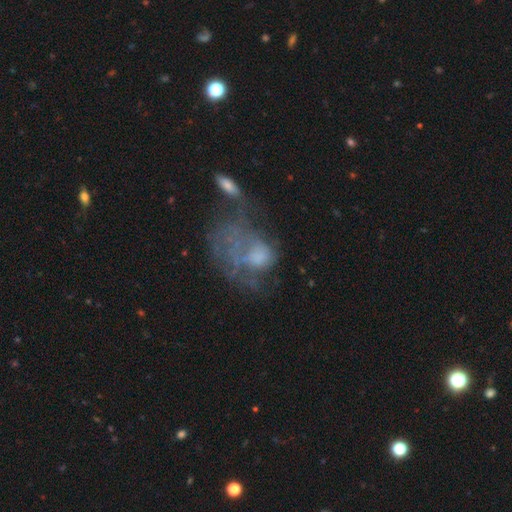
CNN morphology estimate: smooth-or-featured: featured or disk: 52% | smooth: 35% | star or artifact: 13%
  disk-edge-on: no: 96% | yes: 4%
  merging: major disturbance: 44% | merger: 25% | none: 18% | minor disturbance: 13%